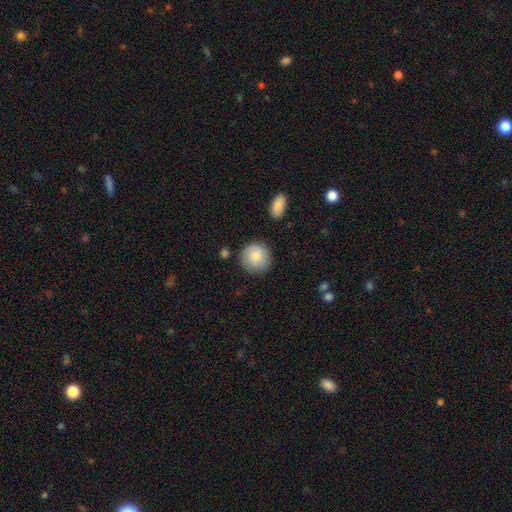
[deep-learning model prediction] The model was most divided on "merging": none: 83%, minor disturbance: 12%, major disturbance: 3%, merger: 3%. More confident: how rounded — round (92%); smooth or featured — smooth (83%).